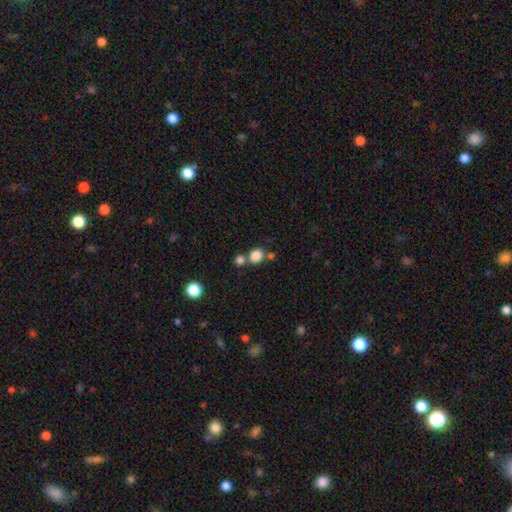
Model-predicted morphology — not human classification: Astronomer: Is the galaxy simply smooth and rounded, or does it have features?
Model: smooth — 83%.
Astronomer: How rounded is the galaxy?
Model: round — 76%.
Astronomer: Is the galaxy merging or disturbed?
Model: none — 59%.